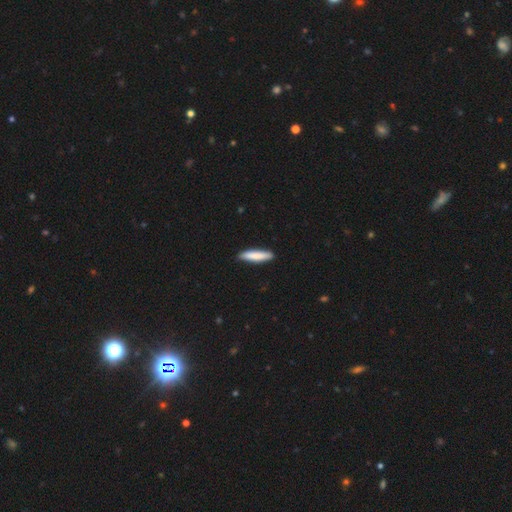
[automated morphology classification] smooth 81%, featured or disk 14%, star or artifact 5%. Down the decision tree: how rounded — cigar-shaped (84%); merging — none (88%).